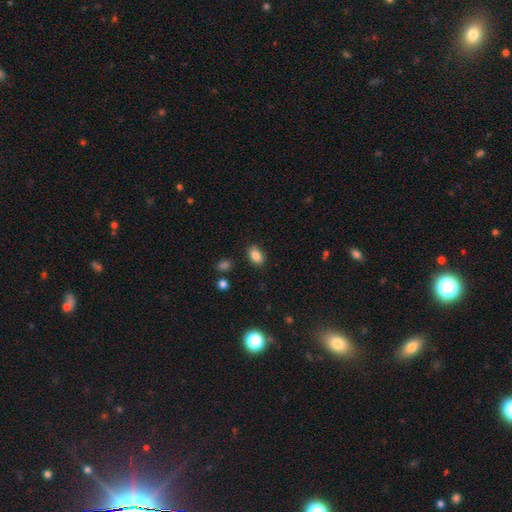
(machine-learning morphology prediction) This appears to be a smooth galaxy with no disk features (85%) that is in between round and cigar-shaped (82%). Merging: none (84%).